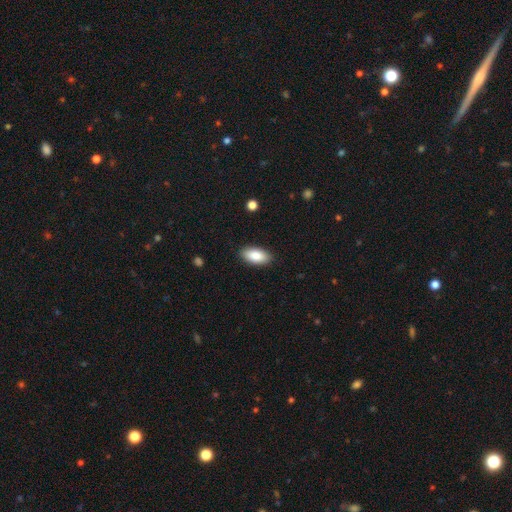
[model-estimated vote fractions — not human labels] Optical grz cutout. It shows a smooth galaxy with no disk features (86%) that is in between round and cigar-shaped (92%). Merging: none (89%).